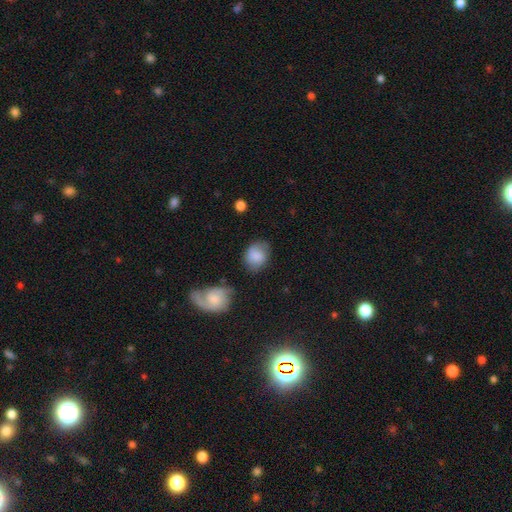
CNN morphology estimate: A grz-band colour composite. It shows a smooth galaxy with no disk features (79%) that is in between round and cigar-shaped (51%). Merging: none (65%).